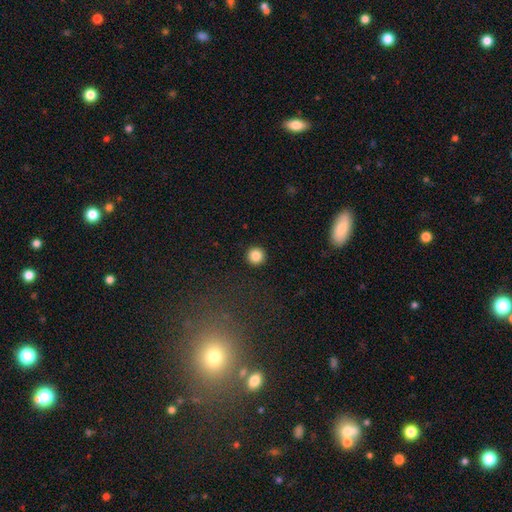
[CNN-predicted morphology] Smooth or featured? Predicted: smooth (p=0.85). How rounded? Predicted: round (p=0.97). Merging? Predicted: none (p=0.94).